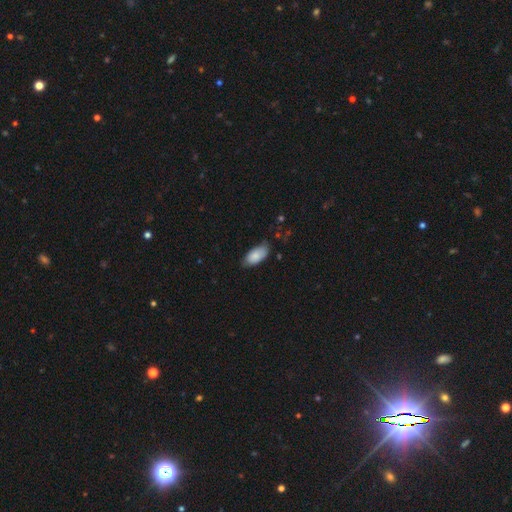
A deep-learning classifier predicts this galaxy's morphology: Smooth or featured? smooth (83%)
How rounded? in between (93%)
Merging? none (67%)